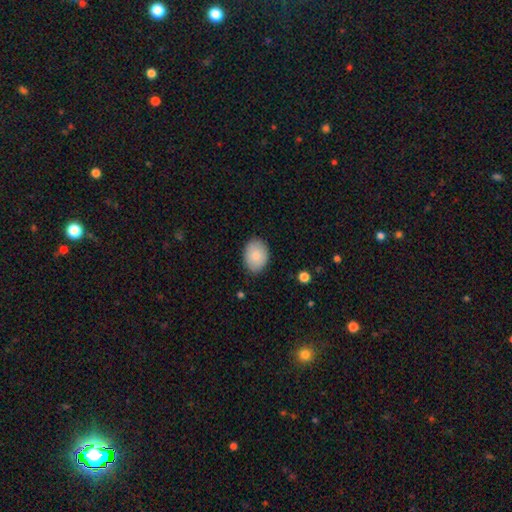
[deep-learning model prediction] Smooth or featured?
  - smooth: 84% *
  - featured or disk: 10%
  - star or artifact: 7%
How rounded?
  - in between: 66% *
  - round: 33%
  - cigar-shaped: 1%
Merging?
  - none: 85% *
  - minor disturbance: 12%
  - major disturbance: 2%
  - merger: 1%